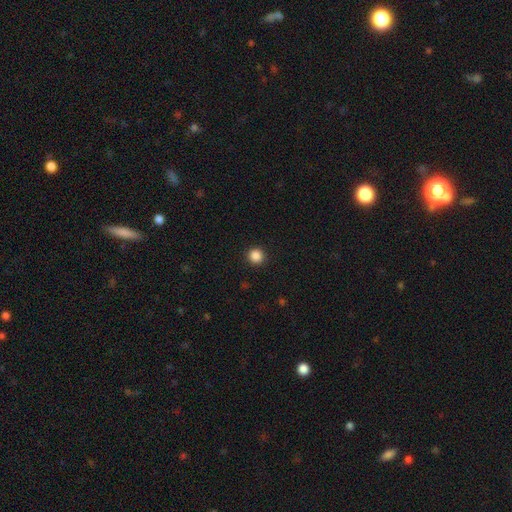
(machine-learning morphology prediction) Smooth or featured?
  - smooth: 86% *
  - star or artifact: 11%
  - featured or disk: 3%
How rounded?
  - round: 95% *
  - in between: 4%
  - cigar-shaped: 1%
Merging?
  - none: 93% *
  - minor disturbance: 5%
  - major disturbance: 2%
  - merger: 1%